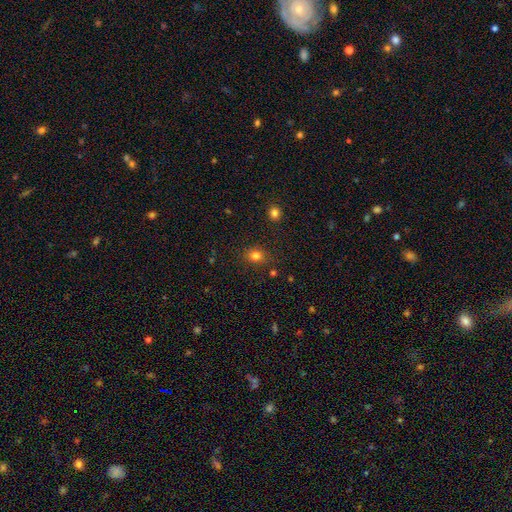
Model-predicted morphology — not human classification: A smooth galaxy with no disk features (80%) that is round (61%). Merging: none (82%).